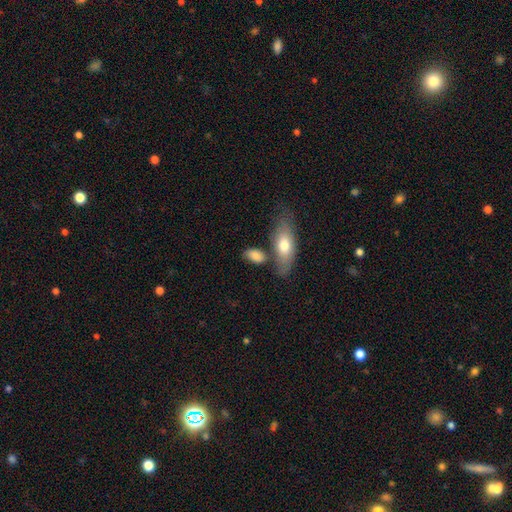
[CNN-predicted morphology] A smooth galaxy with no disk features (79%) that is in between round and cigar-shaped (86%).

Vote fractions:
- Smooth or featured? smooth: 79% / featured or disk: 14% / star or artifact: 7%
- How rounded? in between: 86% / cigar-shaped: 8% / round: 6%
- Merging? none: 59% / merger: 18% / minor disturbance: 17% / major disturbance: 6%